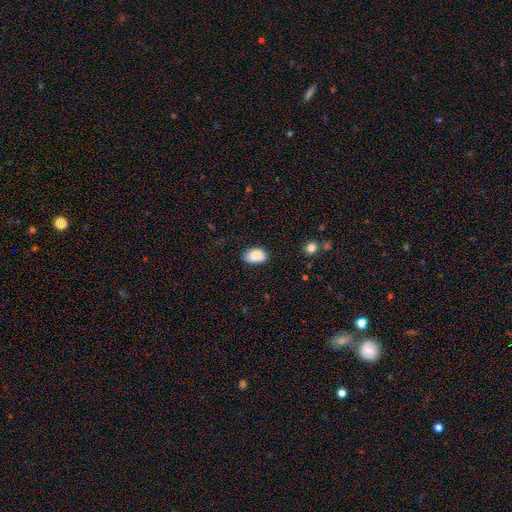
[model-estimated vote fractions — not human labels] smooth 85%, featured or disk 8%, star or artifact 8%. Down the decision tree: how rounded — in between (86%); merging — none (67%).